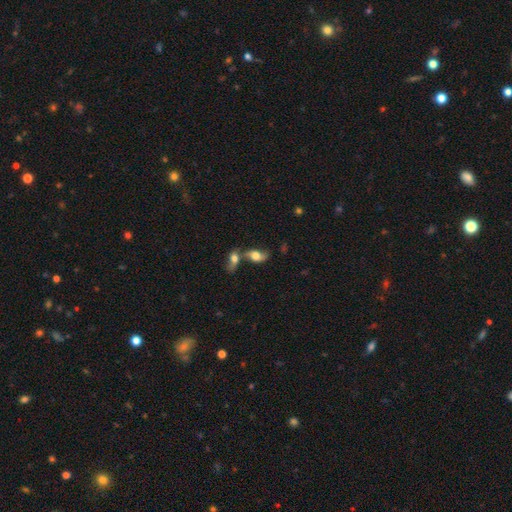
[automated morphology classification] smooth_or_featured: smooth (p=0.53) [alt: featured or disk p=0.38]
how_rounded: in between (p=0.86) [alt: round p=0.09]
merging: merger (p=0.57) [alt: none p=0.26]